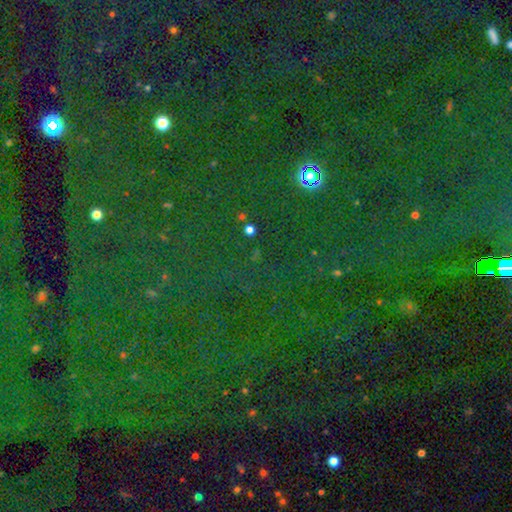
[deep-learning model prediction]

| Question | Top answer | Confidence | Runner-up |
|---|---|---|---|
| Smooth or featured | star or artifact | 81% | smooth (12%) |